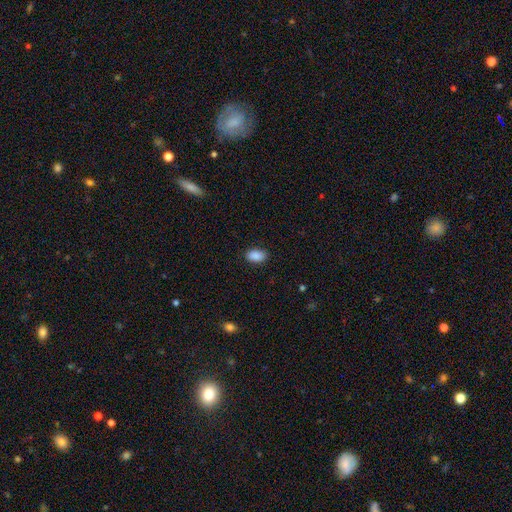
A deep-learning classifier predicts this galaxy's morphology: The model was most divided on "merging": none: 87%, minor disturbance: 10%, major disturbance: 2%, merger: 1%. More confident: how rounded — in between (92%); smooth or featured — smooth (90%).